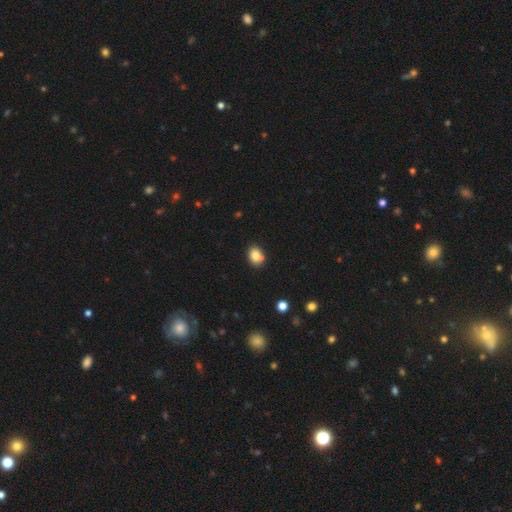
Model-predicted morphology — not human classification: A smooth galaxy with no disk features (81%) that is in between round and cigar-shaped (57%). Merging: none (64%).